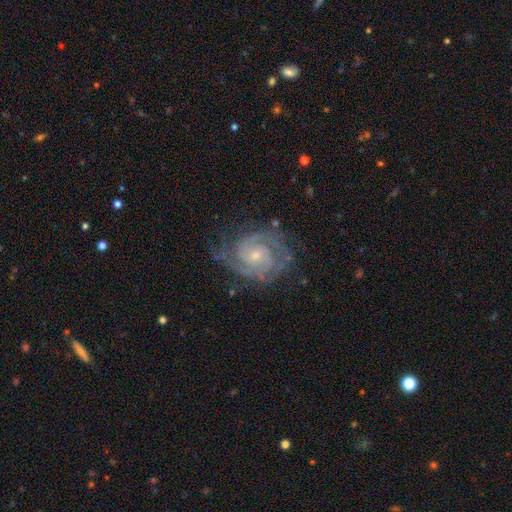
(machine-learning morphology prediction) smooth_or_featured: featured or disk (p=0.91) [alt: star or artifact p=0.05]
disk_edge_on: no (p=0.98) [alt: yes p=0.02]
bar: no (p=0.65) [alt: weak p=0.28]
has_spiral_arms: yes (p=0.98) [alt: no p=0.02]
spiral_winding: tight (p=0.67) [alt: medium p=0.29]
spiral_arm_count: 2 (p=0.56) [alt: 3 p=0.19]
bulge_size: small (p=0.74) [alt: moderate p=0.22]
merging: none (p=0.71) [alt: minor disturbance p=0.19]